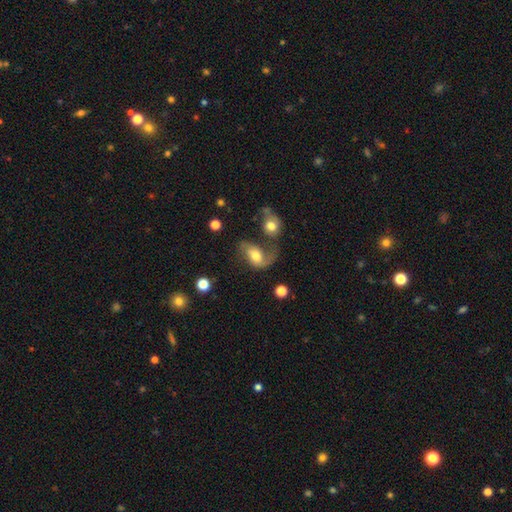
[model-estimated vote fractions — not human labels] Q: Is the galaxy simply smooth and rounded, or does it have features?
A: featured or disk — 56%.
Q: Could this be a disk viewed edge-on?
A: no — 95%.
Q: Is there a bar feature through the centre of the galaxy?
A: no — 62%.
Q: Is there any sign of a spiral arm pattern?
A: yes — 82%.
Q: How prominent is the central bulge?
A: moderate — 63%.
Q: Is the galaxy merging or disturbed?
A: merger — 34%.